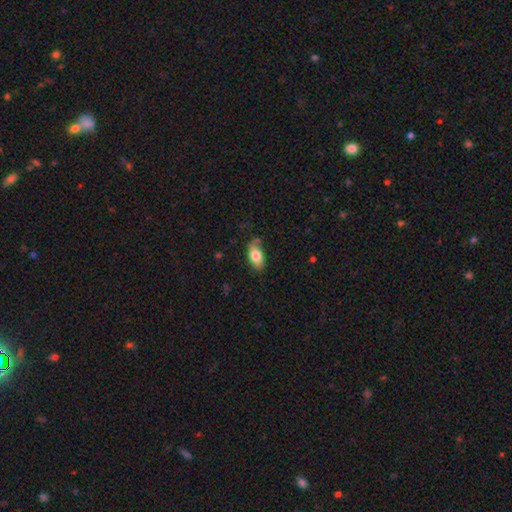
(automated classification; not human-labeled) Smooth or featured?
  - smooth: 75% *
  - featured or disk: 19%
  - star or artifact: 6%
How rounded?
  - in between: 91% *
  - cigar-shaped: 5%
  - round: 4%
Merging?
  - none: 62% *
  - minor disturbance: 27%
  - major disturbance: 8%
  - merger: 2%